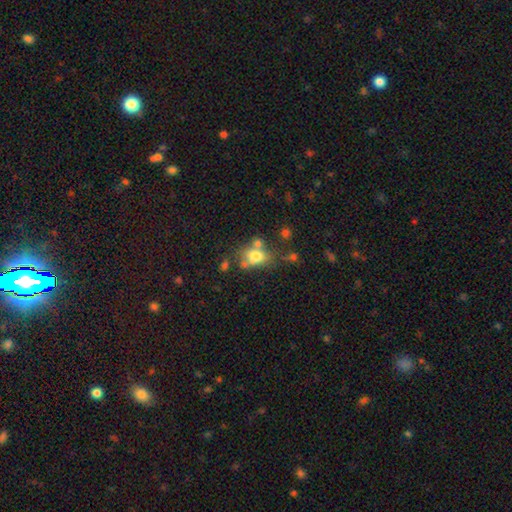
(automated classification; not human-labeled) Q: Smooth or featured?
A: smooth (67%); runner-up: featured or disk (21%)
Q: How rounded?
A: in between (68%); runner-up: round (30%)
Q: Merging?
A: none (37%); runner-up: merger (34%)